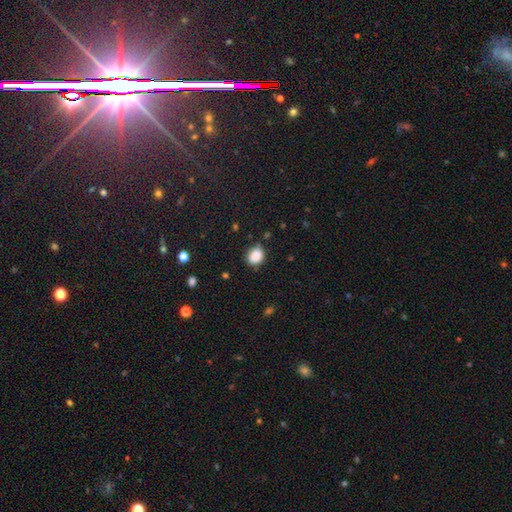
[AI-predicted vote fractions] This is clearly a smooth galaxy (87%). How rounded: likely round (62%). Merging: likely none (74%).